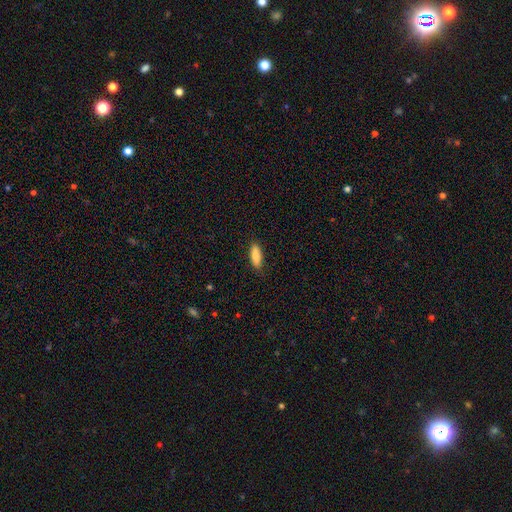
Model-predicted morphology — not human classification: A smooth galaxy with no disk features (87%) that is in between round and cigar-shaped (59%).

Vote fractions:
- Smooth or featured? smooth: 87% / featured or disk: 7% / star or artifact: 6%
- How rounded? in between: 59% / cigar-shaped: 39% / round: 2%
- Merging? none: 85% / minor disturbance: 12% / major disturbance: 2% / merger: 1%